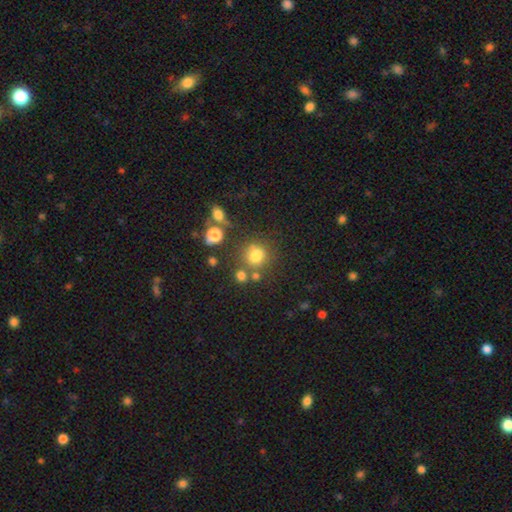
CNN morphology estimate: Smooth or featured: smooth — 73% (star or artifact — 17%)
How rounded: round — 77% (in between — 22%)
Merging: none — 62% (merger — 17%)